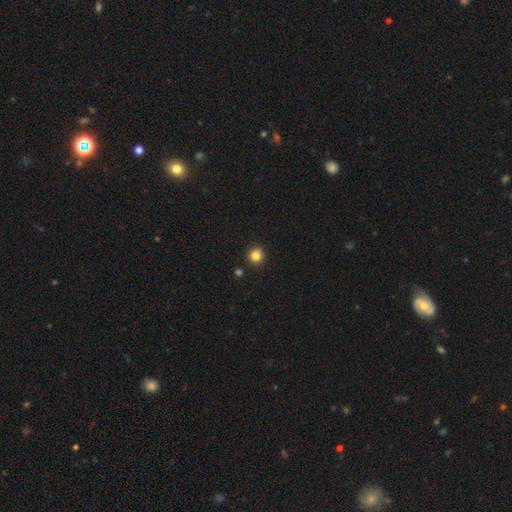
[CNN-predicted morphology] Q: Smooth or featured?
A: smooth (84%); runner-up: star or artifact (12%)
Q: How rounded?
A: round (91%); runner-up: in between (8%)
Q: Merging?
A: none (90%); runner-up: minor disturbance (6%)